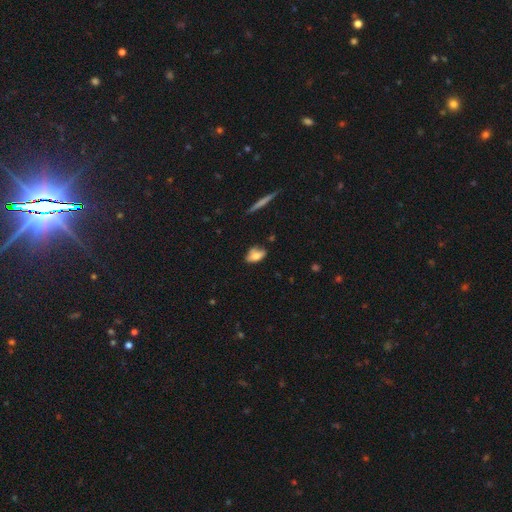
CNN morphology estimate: Smooth or featured? Predicted: smooth (p=0.71). How rounded? Predicted: in between (p=0.85). Merging? Predicted: none (p=0.64).